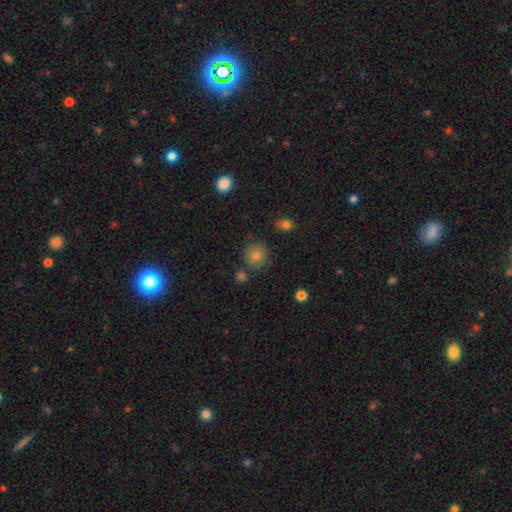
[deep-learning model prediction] Smooth or featured: smooth — 74% (star or artifact — 16%)
How rounded: round — 91% (in between — 8%)
Merging: none — 81% (minor disturbance — 9%)